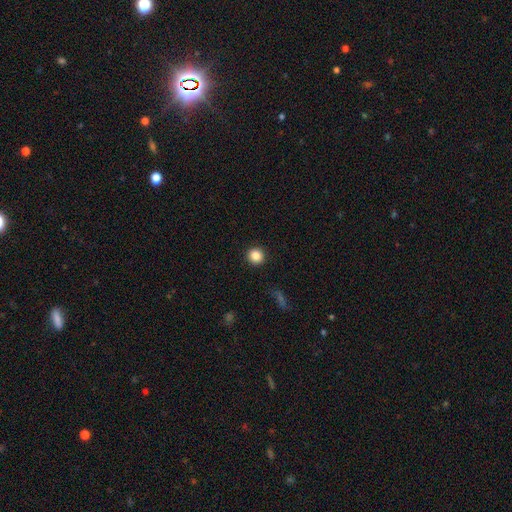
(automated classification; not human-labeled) A smooth galaxy with no disk features (85%) that is round (94%). Merging: none (92%).